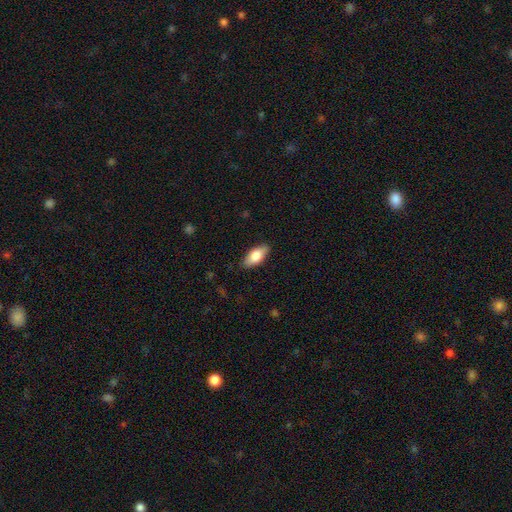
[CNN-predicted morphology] smooth_or_featured: smooth (p=0.78) [alt: featured or disk p=0.16]
how_rounded: in between (p=0.87) [alt: cigar-shaped p=0.10]
merging: none (p=0.86) [alt: minor disturbance p=0.11]